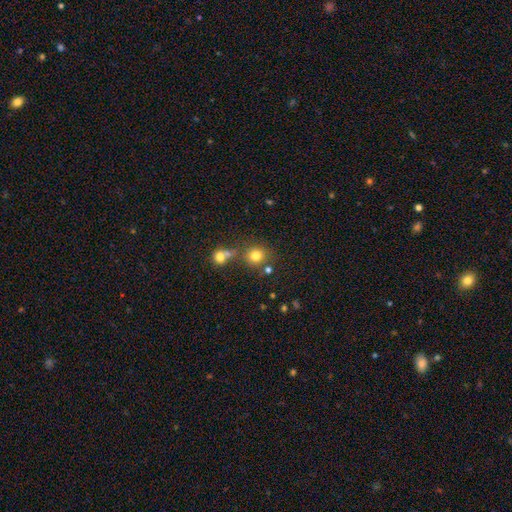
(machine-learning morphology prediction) type=smooth (77%); roundness=round (87%); merging=none (68%).